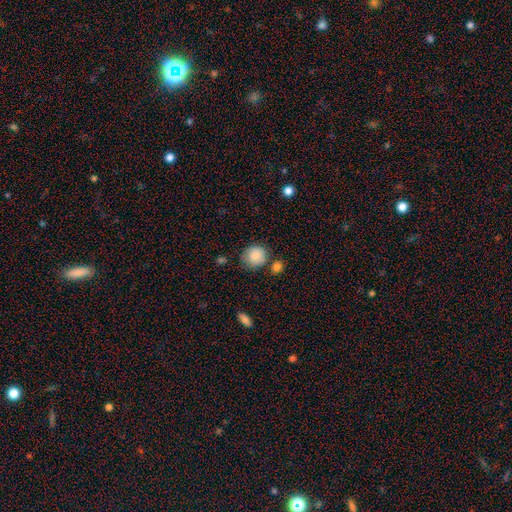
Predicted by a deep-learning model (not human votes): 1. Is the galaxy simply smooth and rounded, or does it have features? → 87% smooth, 8% star or artifact, 5% featured or disk.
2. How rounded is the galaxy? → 84% round, 15% in between, 1% cigar-shaped.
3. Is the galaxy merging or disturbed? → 67% none, 18% minor disturbance, 9% merger, 5% major disturbance.